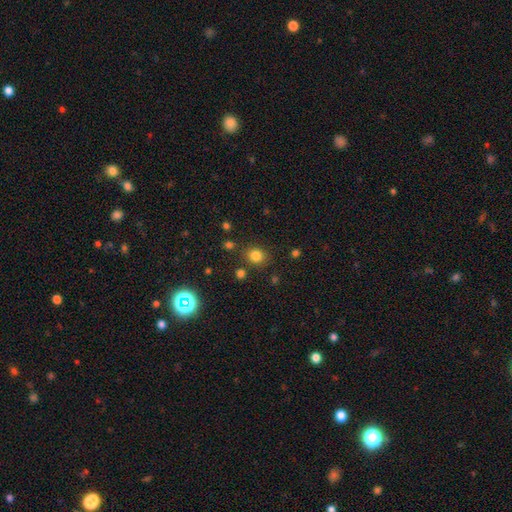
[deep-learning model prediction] Smooth or featured? Predicted: smooth (p=0.80). How rounded? Predicted: round (p=0.80). Merging? Predicted: none (p=0.83).